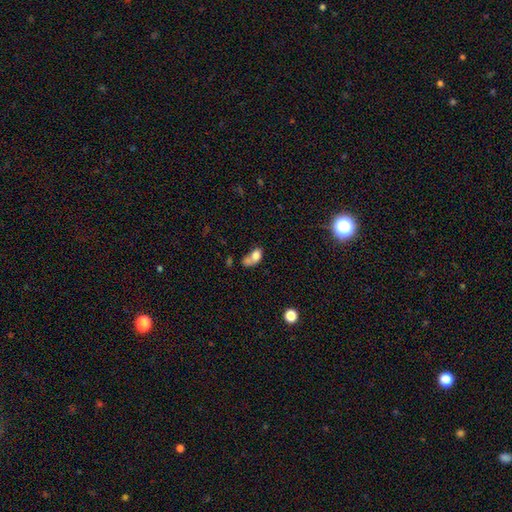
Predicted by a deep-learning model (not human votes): Smooth or featured? Predicted: smooth (p=0.72). How rounded? Predicted: in between (p=0.77). Merging? Predicted: merger (p=0.50).